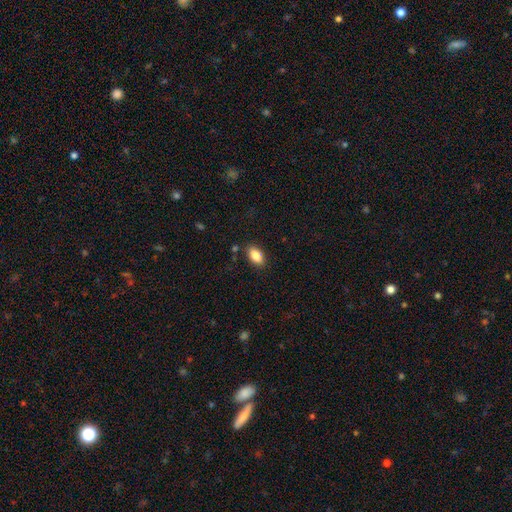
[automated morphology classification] This is clearly a smooth galaxy (85%). How rounded: clearly in between (91%). Merging: clearly none (85%).